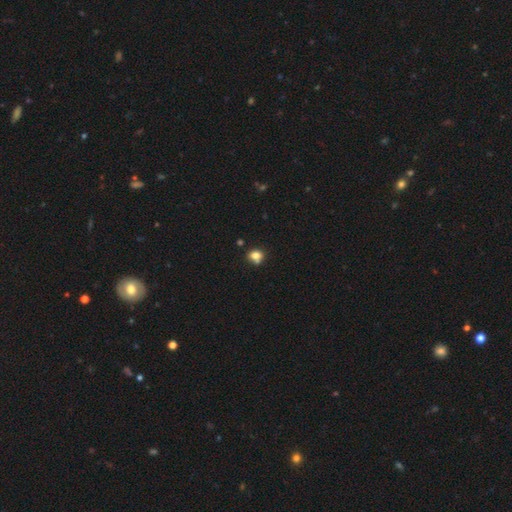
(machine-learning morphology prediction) Overall: smooth (77%). How rounded: round (56%; in between 42%). Merging: none (57%; merger 24%).